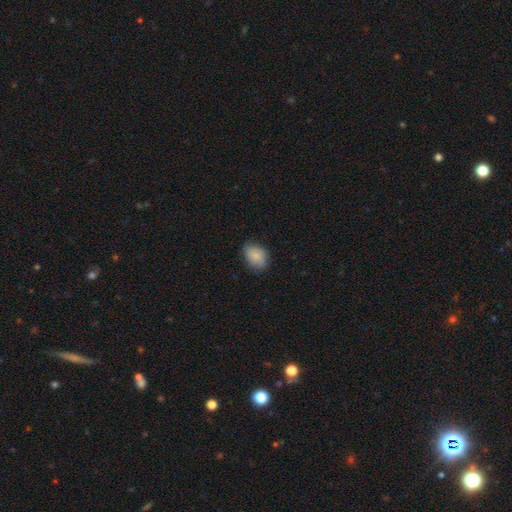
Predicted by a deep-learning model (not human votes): This is clearly a smooth galaxy (86%). How rounded: likely in between (74%). Merging: likely none (78%).